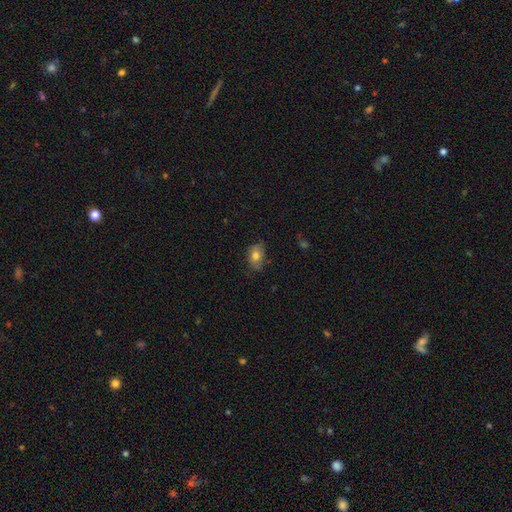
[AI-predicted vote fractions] Morphology: type=smooth (77%); roundness=in between (81%); merging=none (69%).